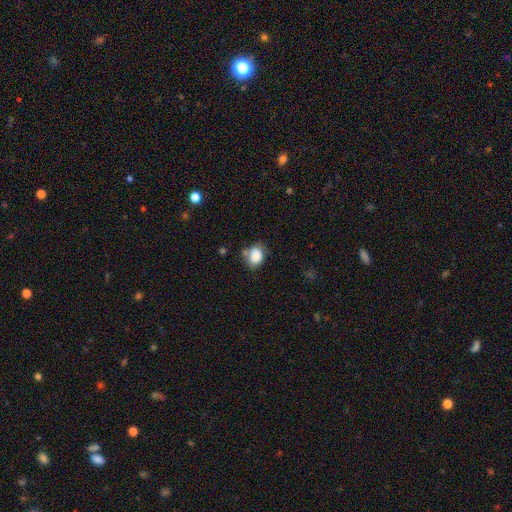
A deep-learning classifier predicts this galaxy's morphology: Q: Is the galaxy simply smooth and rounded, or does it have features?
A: smooth — 83%.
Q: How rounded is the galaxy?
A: in between — 59%.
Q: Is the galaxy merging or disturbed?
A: none — 52%.